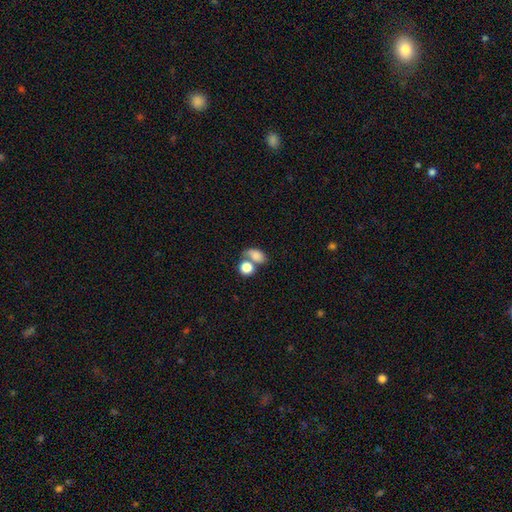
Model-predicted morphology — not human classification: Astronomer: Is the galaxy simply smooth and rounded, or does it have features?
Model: smooth — 80%.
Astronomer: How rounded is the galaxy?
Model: in between — 73%.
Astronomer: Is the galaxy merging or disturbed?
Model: merger — 45% (runner-up: none, 35%).